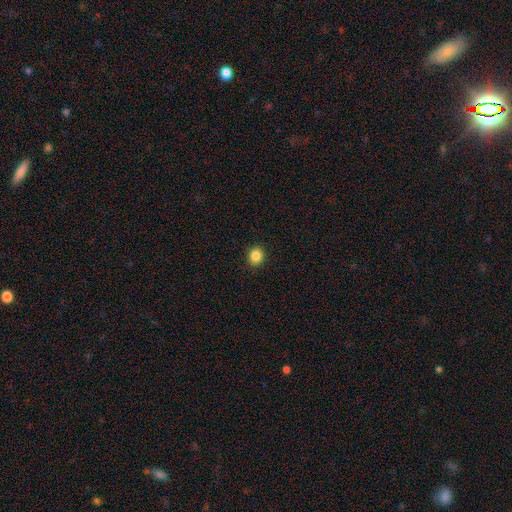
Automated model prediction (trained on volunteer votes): Q: Smooth or featured?
A: smooth (86%); runner-up: star or artifact (10%)
Q: How rounded?
A: round (69%); runner-up: in between (30%)
Q: Merging?
A: none (91%); runner-up: minor disturbance (6%)